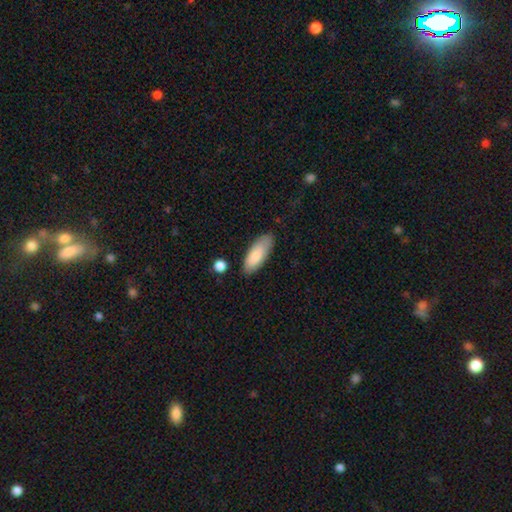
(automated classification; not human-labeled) smooth 83%, featured or disk 12%, star or artifact 6%. Down the decision tree: how rounded — in between (77%); merging — none (77%).